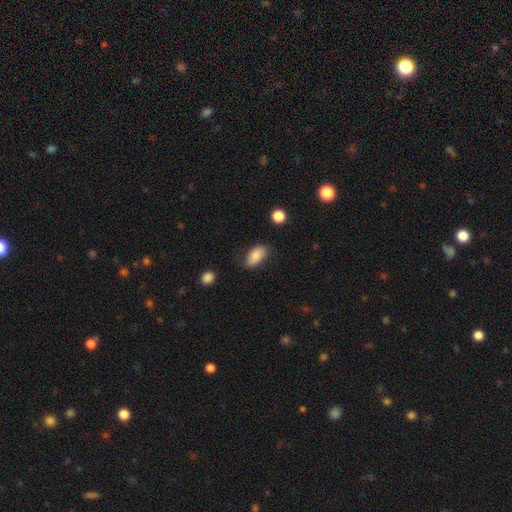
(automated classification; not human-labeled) Q: Smooth or featured?
A: smooth (78%); runner-up: featured or disk (14%)
Q: How rounded?
A: in between (92%); runner-up: round (6%)
Q: Merging?
A: none (69%); runner-up: minor disturbance (24%)